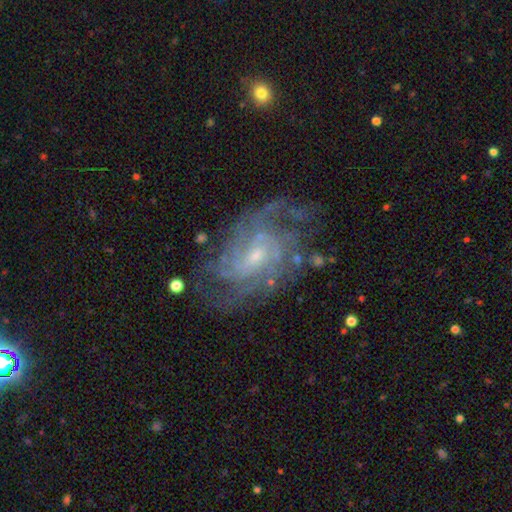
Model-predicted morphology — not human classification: featured or disk 88%, star or artifact 6%, smooth 5%. Down the decision tree: edge-on disk — no (97%); bar — no (49%); spiral arms — yes (96%); spiral arm count — can't tell (29%); spiral winding — tight (53%); bulge size — small (67%); merging — none (70%).